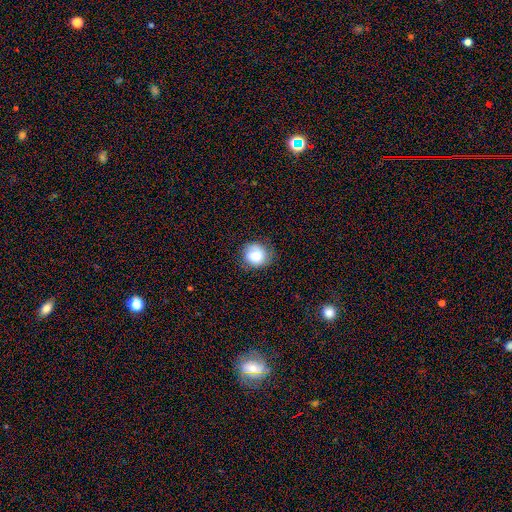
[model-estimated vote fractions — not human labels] Smooth or featured?
  - smooth: 74% *
  - featured or disk: 17%
  - star or artifact: 9%
How rounded?
  - round: 80% *
  - in between: 19%
  - cigar-shaped: 1%
Merging?
  - none: 71% *
  - minor disturbance: 21%
  - major disturbance: 6%
  - merger: 1%